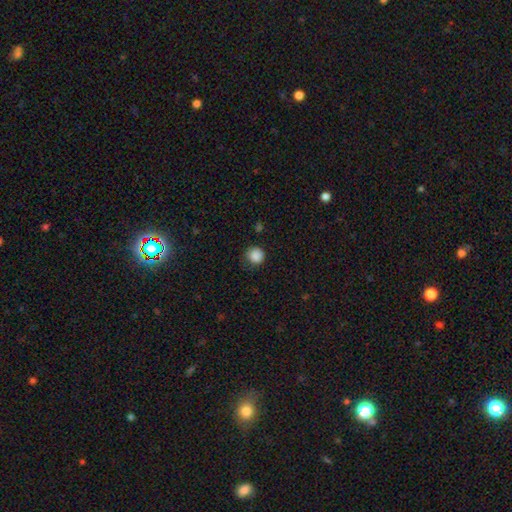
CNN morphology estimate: Smooth or featured? smooth (87%)
How rounded? round (92%)
Merging? none (78%)